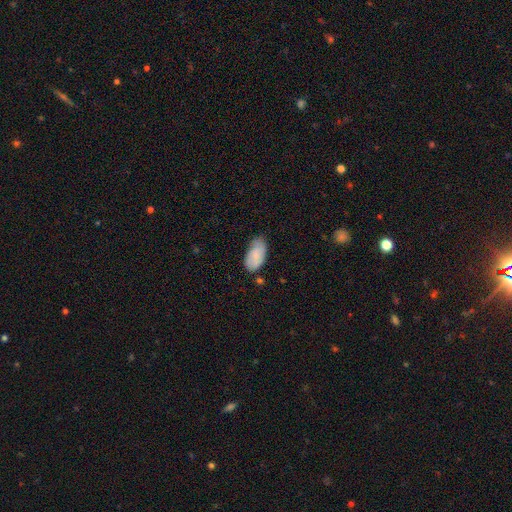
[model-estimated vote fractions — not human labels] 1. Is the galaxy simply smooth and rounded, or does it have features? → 80% smooth, 14% featured or disk, 6% star or artifact.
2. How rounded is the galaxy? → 95% in between, 3% round, 2% cigar-shaped.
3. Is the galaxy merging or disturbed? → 55% none, 35% minor disturbance, 7% major disturbance, 3% merger.